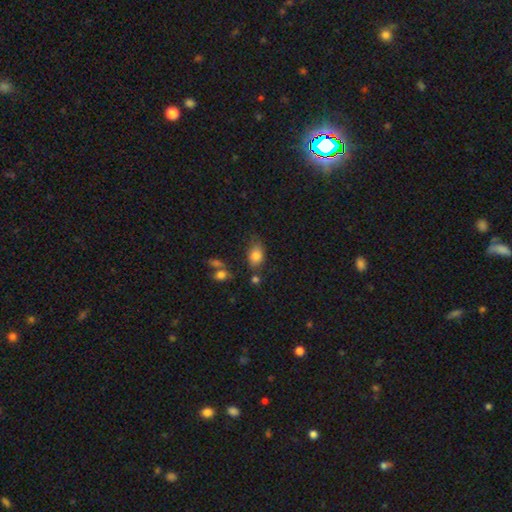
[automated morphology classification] A smooth galaxy with no disk features (81%) that is in between round and cigar-shaped (82%). Merging: none (61%).